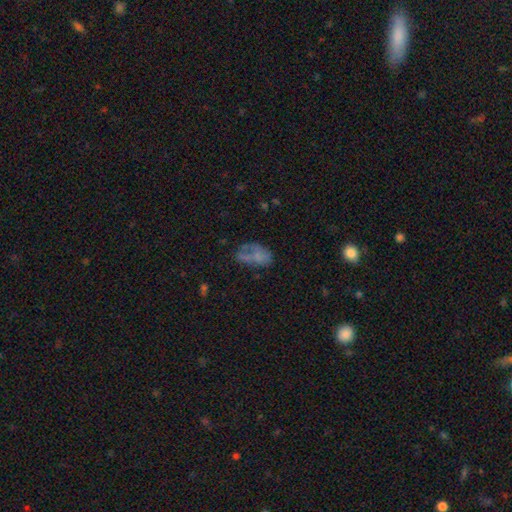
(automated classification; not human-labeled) This appears to be a smooth galaxy with no disk features (50%). Merging: none (35%).